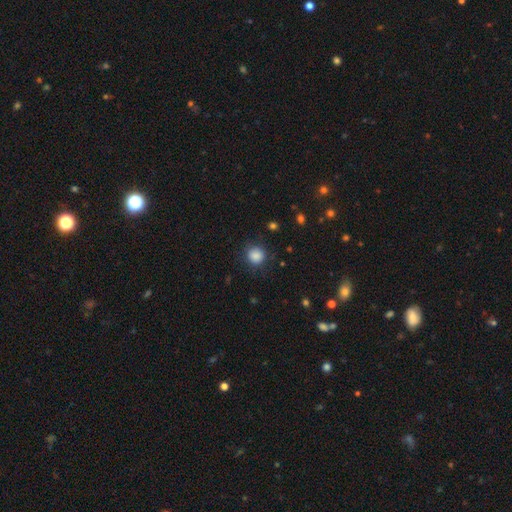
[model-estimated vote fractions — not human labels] Smooth or featured? Predicted: smooth (p=0.86). How rounded? Predicted: round (p=0.88). Merging? Predicted: none (p=0.82).